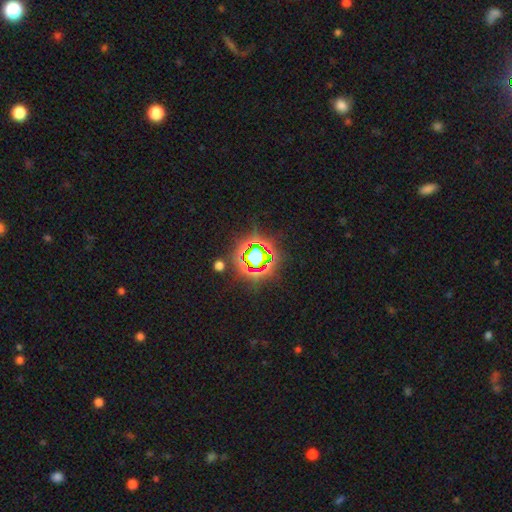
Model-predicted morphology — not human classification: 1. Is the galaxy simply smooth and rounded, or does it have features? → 72% star or artifact, 16% smooth, 12% featured or disk.